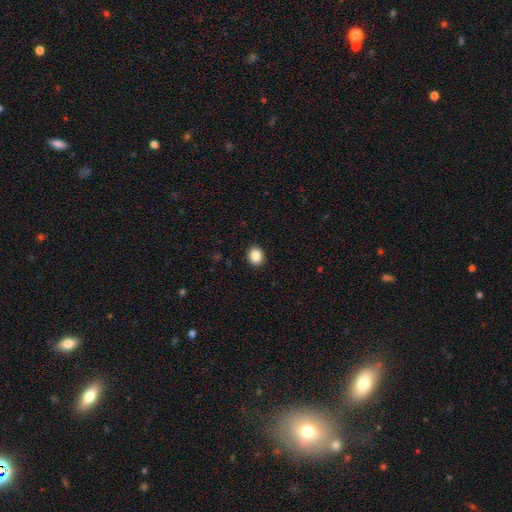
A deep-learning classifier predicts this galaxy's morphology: A smooth galaxy with no disk features (88%) that is round (71%).

Vote fractions:
- Smooth or featured? smooth: 88% / star or artifact: 9% / featured or disk: 3%
- How rounded? round: 71% / in between: 28% / cigar-shaped: 1%
- Merging? none: 92% / minor disturbance: 5% / major disturbance: 2% / merger: 1%